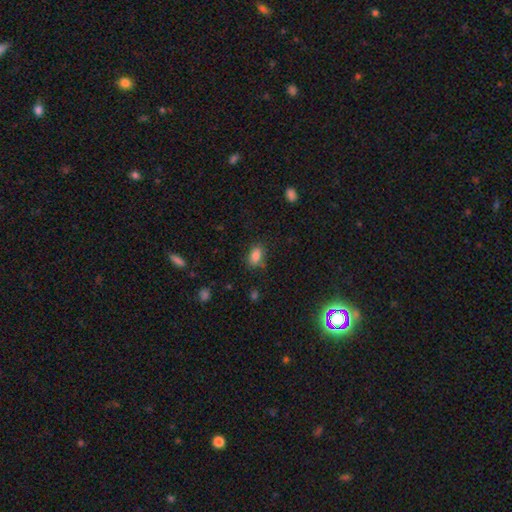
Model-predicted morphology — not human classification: Smooth or featured: smooth — 84% (star or artifact — 11%)
How rounded: in between — 84% (round — 13%)
Merging: none — 78% (minor disturbance — 16%)